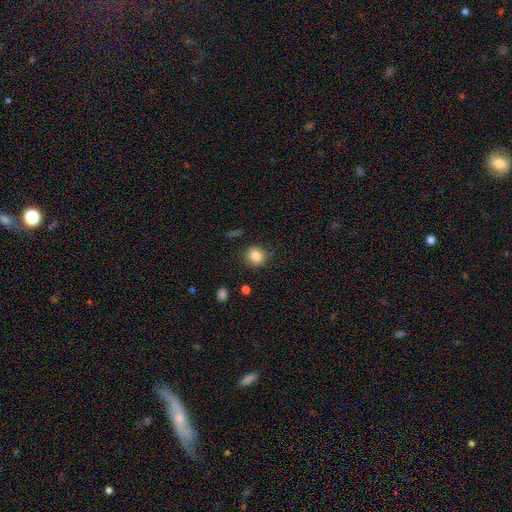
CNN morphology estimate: smooth 84%, star or artifact 10%, featured or disk 6%. Down the decision tree: how rounded — round (83%); merging — none (84%).